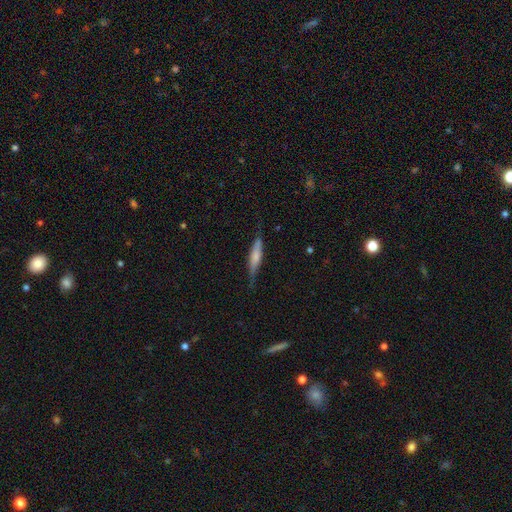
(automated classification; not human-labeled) Smooth or featured: smooth — 52% (featured or disk — 42%)
How rounded: cigar-shaped — 84% (in between — 14%)
Merging: none — 72% (minor disturbance — 21%)